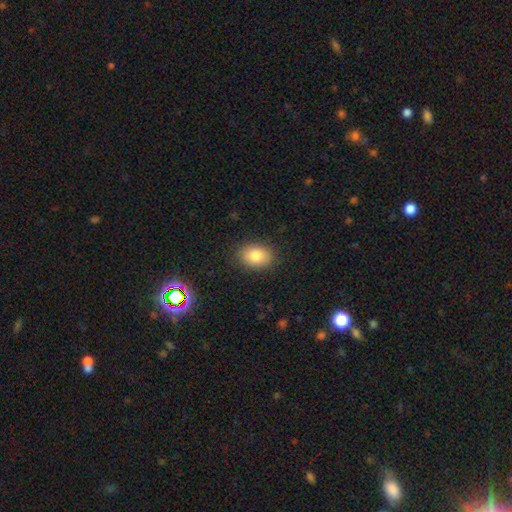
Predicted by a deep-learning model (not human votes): Smooth or featured?
  - smooth: 83% *
  - star or artifact: 9%
  - featured or disk: 8%
How rounded?
  - in between: 72% *
  - round: 27%
  - cigar-shaped: 1%
Merging?
  - none: 87% *
  - minor disturbance: 10%
  - major disturbance: 3%
  - merger: 1%